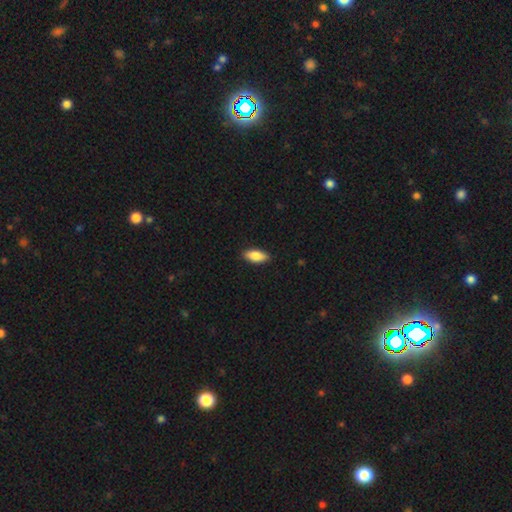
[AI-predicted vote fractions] Smooth or featured? smooth (84%)
How rounded? in between (85%)
Merging? none (89%)